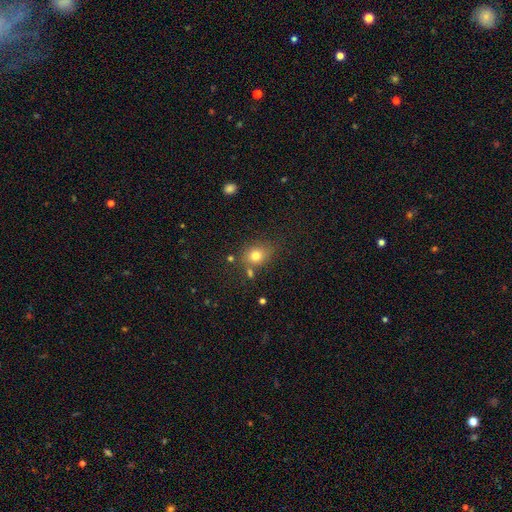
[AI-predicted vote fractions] Q: Smooth or featured?
A: smooth (76%); runner-up: star or artifact (13%)
Q: How rounded?
A: round (53%); runner-up: in between (46%)
Q: Merging?
A: none (70%); runner-up: minor disturbance (15%)